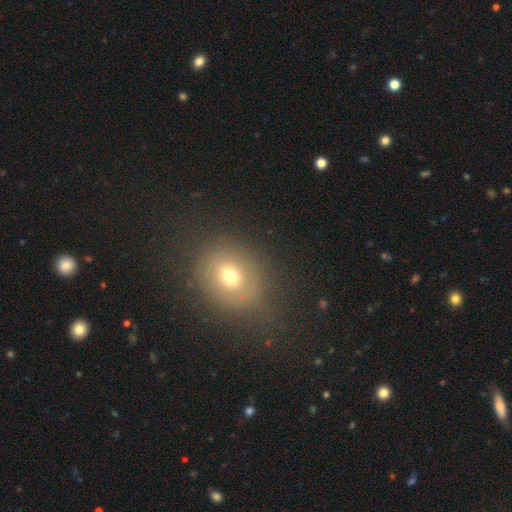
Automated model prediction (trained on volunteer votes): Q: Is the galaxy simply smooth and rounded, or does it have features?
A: smooth — 66%.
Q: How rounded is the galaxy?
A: round — 59%.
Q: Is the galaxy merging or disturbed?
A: none — 84%.